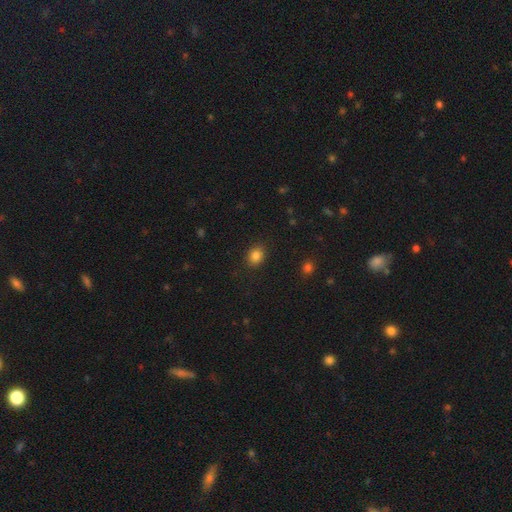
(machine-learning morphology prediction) type=smooth (84%); roundness=round (53%); merging=none (88%).